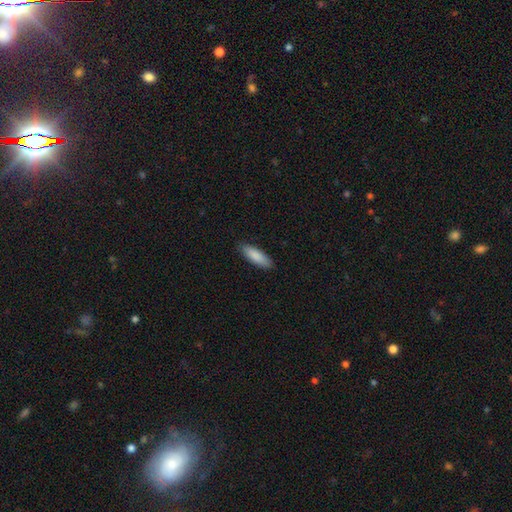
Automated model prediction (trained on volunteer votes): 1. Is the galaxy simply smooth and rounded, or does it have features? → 87% smooth, 7% featured or disk, 5% star or artifact.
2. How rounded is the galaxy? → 55% in between, 44% cigar-shaped, 1% round.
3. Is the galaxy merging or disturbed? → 88% none, 10% minor disturbance, 2% major disturbance, 1% merger.